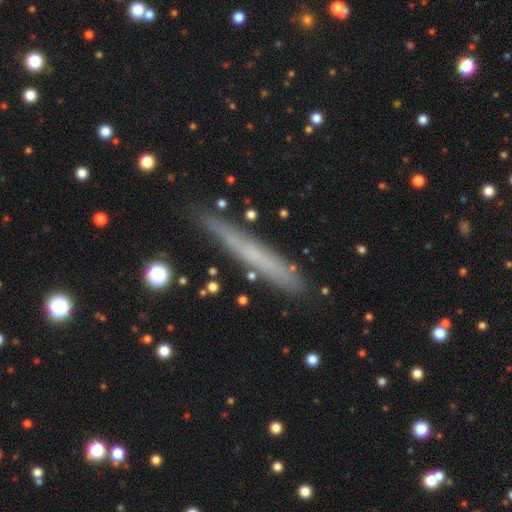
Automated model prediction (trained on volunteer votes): Q: Smooth or featured?
A: smooth (48%); runner-up: featured or disk (42%)
Q: Merging?
A: none (85%); runner-up: minor disturbance (11%)